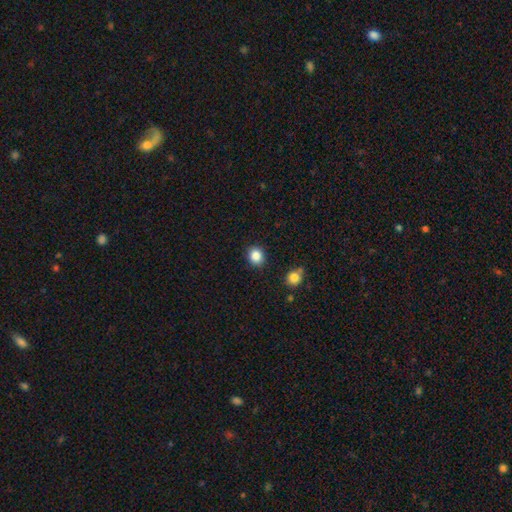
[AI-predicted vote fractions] Overall: smooth (86%). How rounded: round (77%). Merging: none (88%).